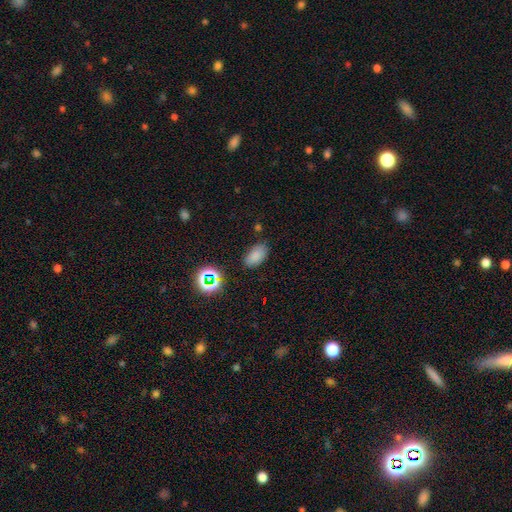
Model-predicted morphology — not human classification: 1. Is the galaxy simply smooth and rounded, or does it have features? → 78% smooth, 16% star or artifact, 6% featured or disk.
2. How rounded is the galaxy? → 92% in between, 6% round, 2% cigar-shaped.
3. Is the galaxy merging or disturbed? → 80% none, 14% minor disturbance, 4% major disturbance, 3% merger.